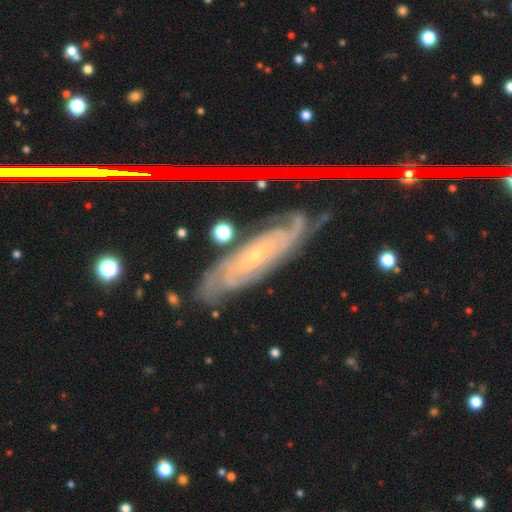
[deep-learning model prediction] The model was most divided on "spiral arm count": can't tell: 37%, 2: 22%, 3: 14%, 4: 13%, more than 4: 8%, 1: 6%. More confident: spiral arms — yes (96%); bulge size — small (84%); edge-on disk — no (84%); smooth or featured — featured or disk (81%); merging — none (77%); spiral winding — tight (74%); bar — no (72%).